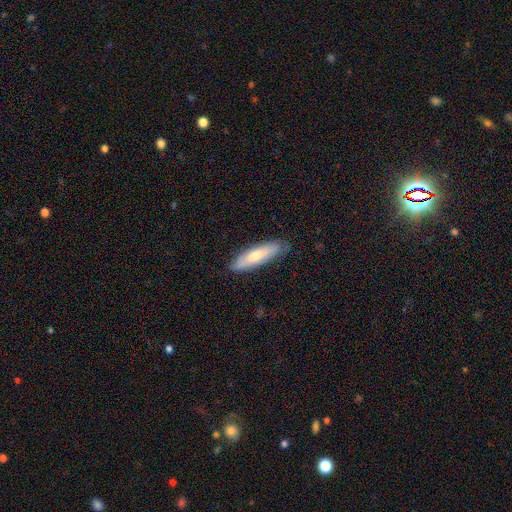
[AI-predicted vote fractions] smooth 64%, featured or disk 30%, star or artifact 6%. Down the decision tree: how rounded — cigar-shaped (64%); merging — none (81%).